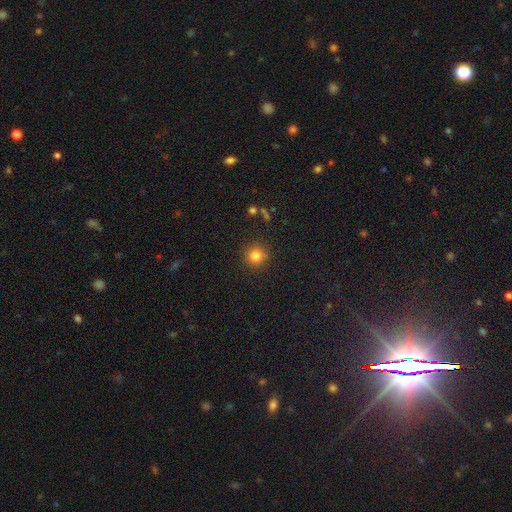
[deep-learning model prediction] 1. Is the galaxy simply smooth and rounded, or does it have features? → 82% smooth, 13% star or artifact, 6% featured or disk.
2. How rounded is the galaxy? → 93% round, 6% in between, 1% cigar-shaped.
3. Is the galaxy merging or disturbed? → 89% none, 7% minor disturbance, 2% major disturbance, 2% merger.